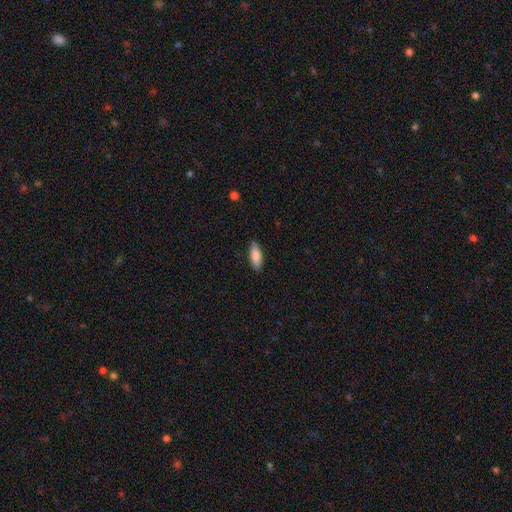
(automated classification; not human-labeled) This appears to be a smooth galaxy with no disk features (85%) that is in between round and cigar-shaped (65%). Merging: none (86%).